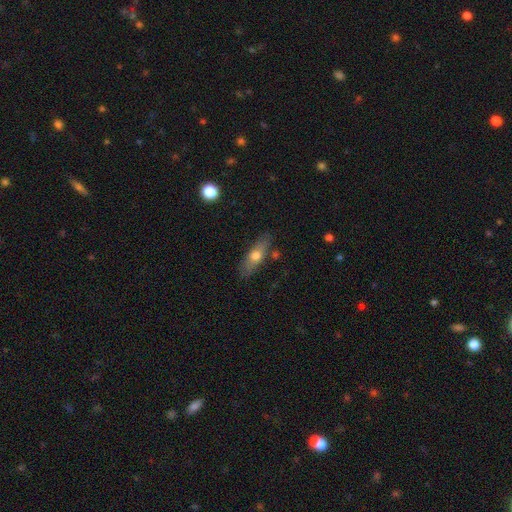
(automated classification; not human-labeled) Smooth or featured: smooth — 59% (featured or disk — 34%)
How rounded: in between — 53% (cigar-shaped — 43%)
Merging: none — 78% (minor disturbance — 15%)